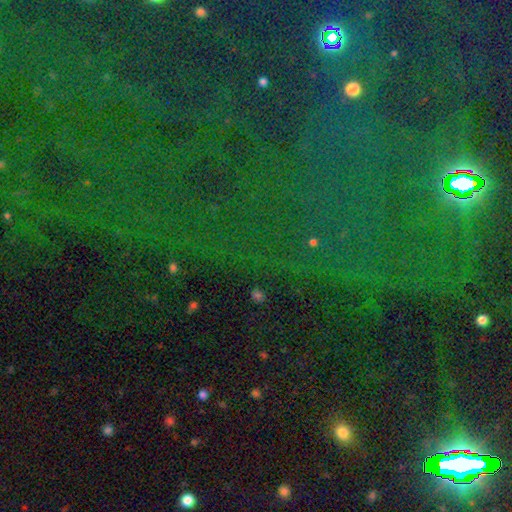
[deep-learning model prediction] This appears to be a star or artifact, not a galaxy (83%).